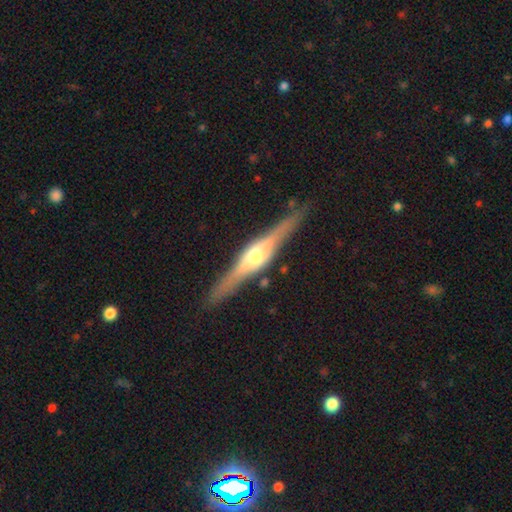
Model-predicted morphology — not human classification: Overall: featured or disk (81%). Edge-on disk: yes (97%). Edge-on bulge: rounded (88%). Merging: none (86%).